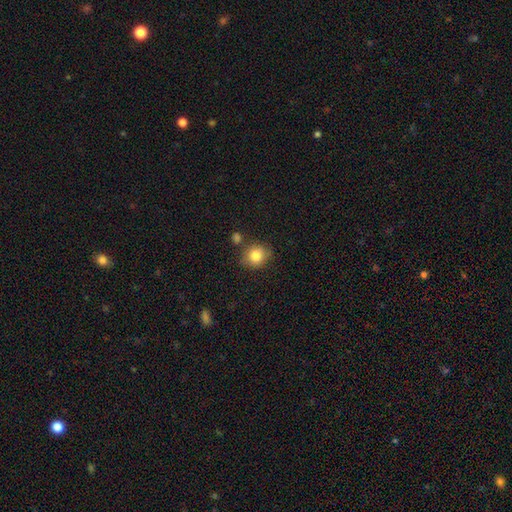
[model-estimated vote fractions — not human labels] Q: Smooth or featured?
A: smooth (83%); runner-up: star or artifact (10%)
Q: How rounded?
A: round (74%); runner-up: in between (25%)
Q: Merging?
A: none (76%); runner-up: minor disturbance (13%)